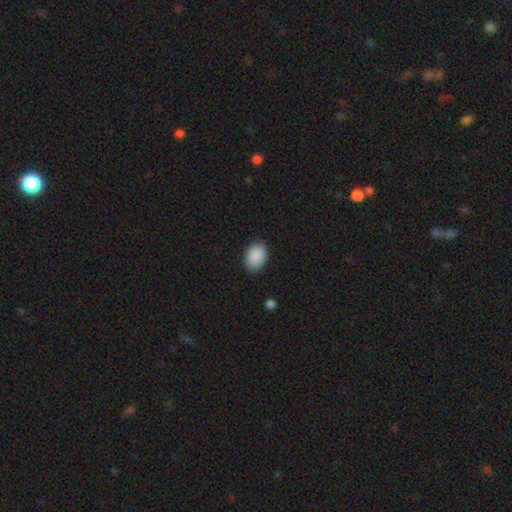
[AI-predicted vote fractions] smooth-or-featured: smooth: 90% | star or artifact: 7% | featured or disk: 3%
  how-rounded: in between: 81% | round: 18% | cigar-shaped: 1%
  merging: none: 86% | minor disturbance: 11% | major disturbance: 2% | merger: 1%